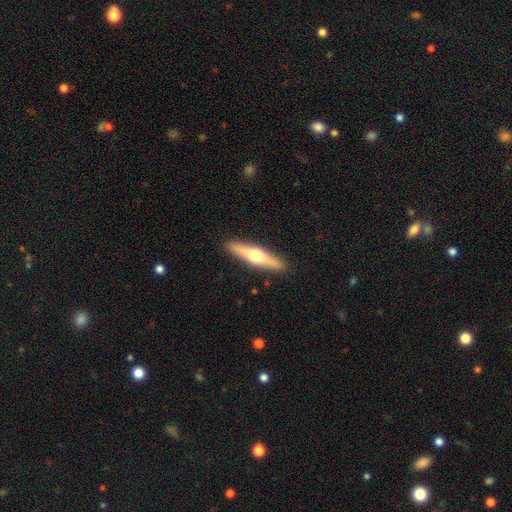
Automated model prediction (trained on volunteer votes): Smooth or featured? Predicted: featured or disk (p=0.53). Edge-on disk? Predicted: yes (p=0.94). Merging? Predicted: none (p=0.91).